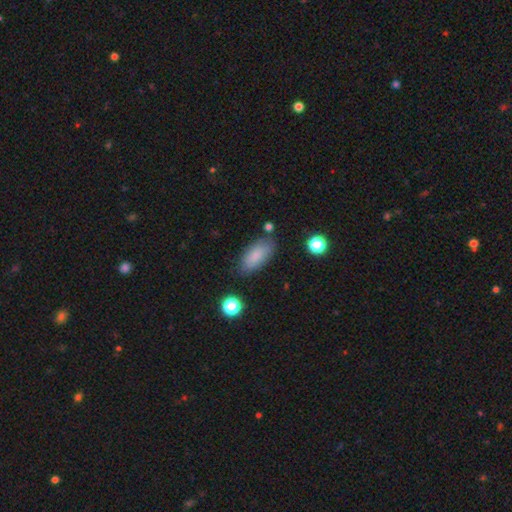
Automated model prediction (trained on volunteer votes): smooth-or-featured: smooth: 84% | featured or disk: 8% | star or artifact: 8%
  how-rounded: in between: 85% | cigar-shaped: 13% | round: 2%
  merging: none: 79% | minor disturbance: 14% | major disturbance: 4% | merger: 3%